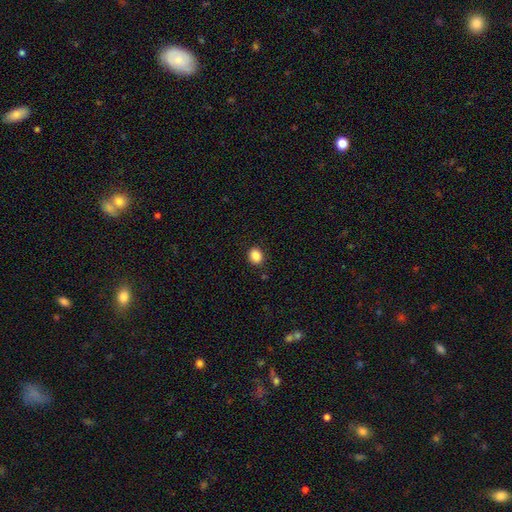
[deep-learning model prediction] This is clearly a smooth galaxy (88%). How rounded: possibly round (53%). Merging: clearly none (88%).